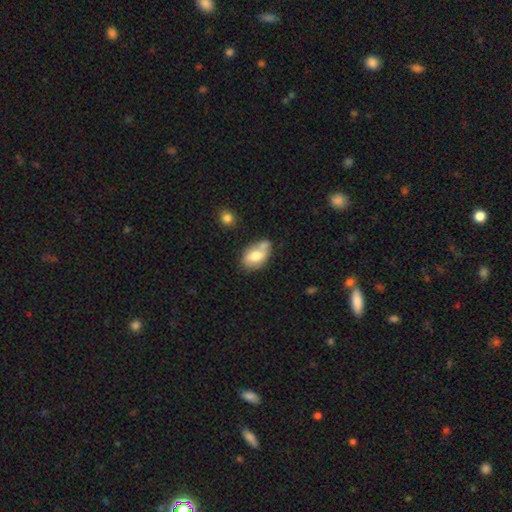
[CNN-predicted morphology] smooth_or_featured: smooth (p=0.69) [alt: featured or disk p=0.24]
how_rounded: in between (p=0.87) [alt: round p=0.11]
merging: none (p=0.43) [alt: minor disturbance p=0.25]